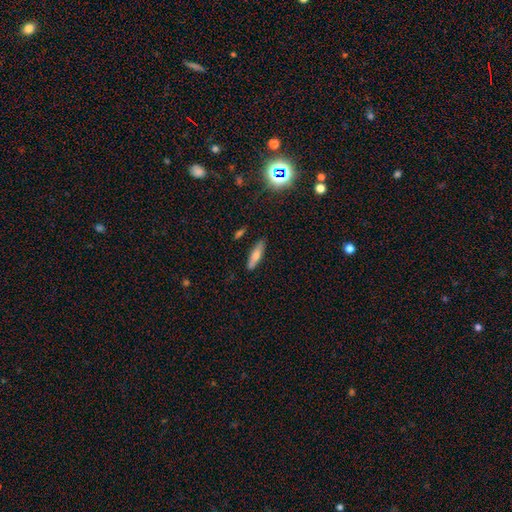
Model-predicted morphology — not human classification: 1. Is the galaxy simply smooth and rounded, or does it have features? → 70% smooth, 23% featured or disk, 8% star or artifact.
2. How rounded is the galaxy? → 68% cigar-shaped, 30% in between, 2% round.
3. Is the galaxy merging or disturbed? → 84% none, 11% minor disturbance, 2% major disturbance, 2% merger.